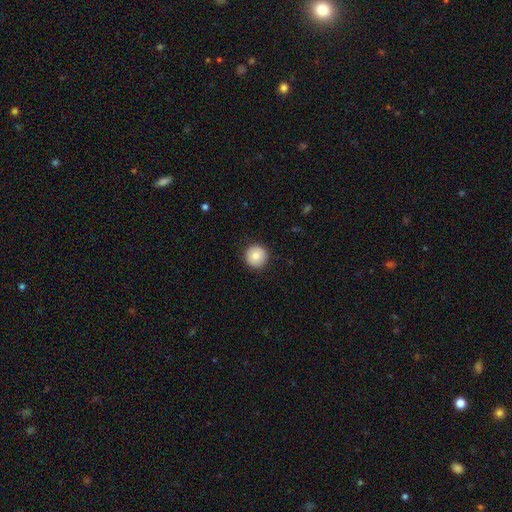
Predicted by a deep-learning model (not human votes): Smooth or featured? smooth (79%)
How rounded? round (96%)
Merging? none (91%)